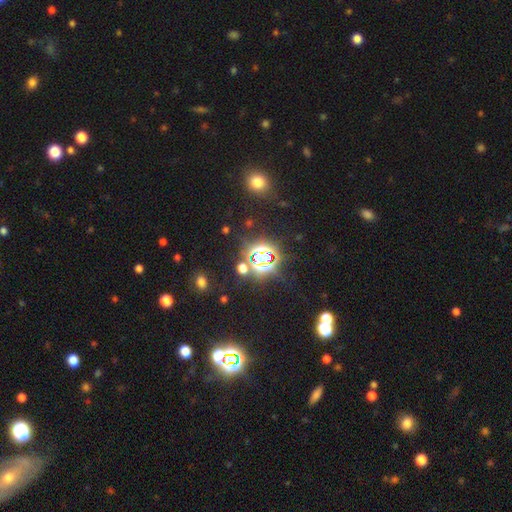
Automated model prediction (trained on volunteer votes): The model was most divided on "smooth or featured": star or artifact: 77%, smooth: 14%, featured or disk: 9%.